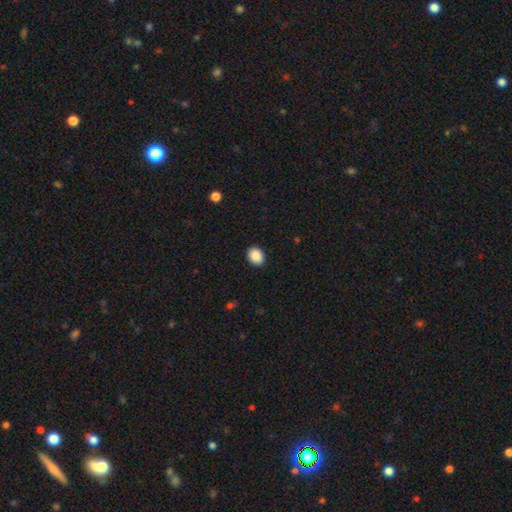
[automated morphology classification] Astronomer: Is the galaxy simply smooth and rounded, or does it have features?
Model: smooth — 89%.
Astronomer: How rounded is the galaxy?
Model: in between — 60% (runner-up: round, 39%).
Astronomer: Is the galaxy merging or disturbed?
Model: none — 90%.